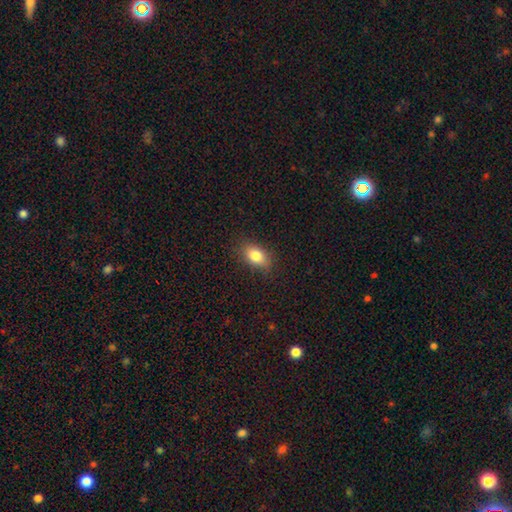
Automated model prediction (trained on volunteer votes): This appears to be a smooth galaxy with no disk features (82%) that is in between round and cigar-shaped (85%). Merging: none (84%).